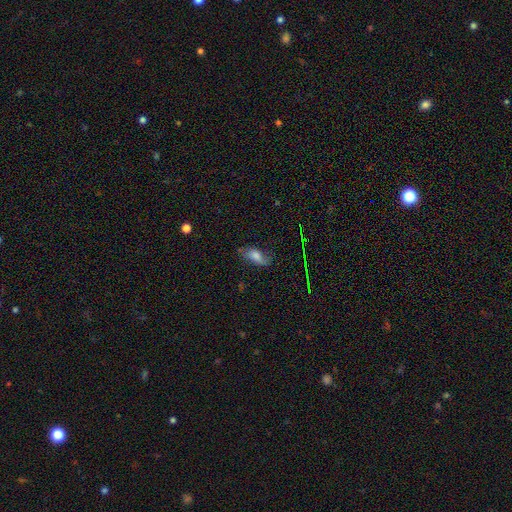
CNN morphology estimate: Smooth or featured?
  - smooth: 57% *
  - featured or disk: 31%
  - star or artifact: 13%
How rounded?
  - in between: 84% *
  - cigar-shaped: 11%
  - round: 5%
Merging?
  - none: 61% *
  - minor disturbance: 27%
  - major disturbance: 11%
  - merger: 2%